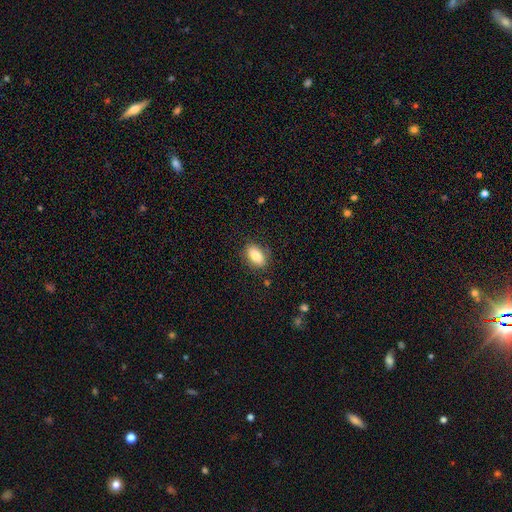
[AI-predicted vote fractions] Morphology: type=smooth (81%); roundness=in between (88%); merging=none (82%).